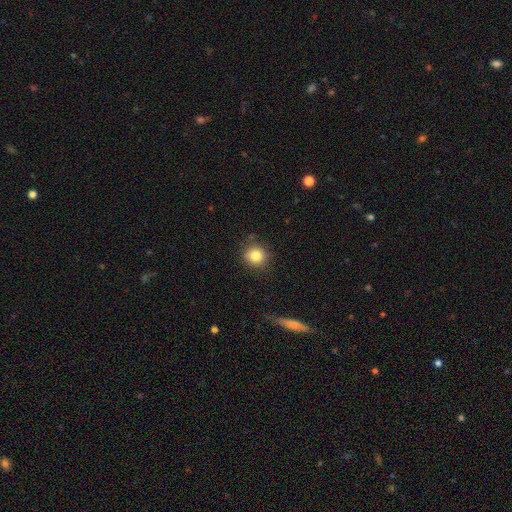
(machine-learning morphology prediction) smooth 84%, star or artifact 10%, featured or disk 6%. Down the decision tree: how rounded — round (88%); merging — none (83%).